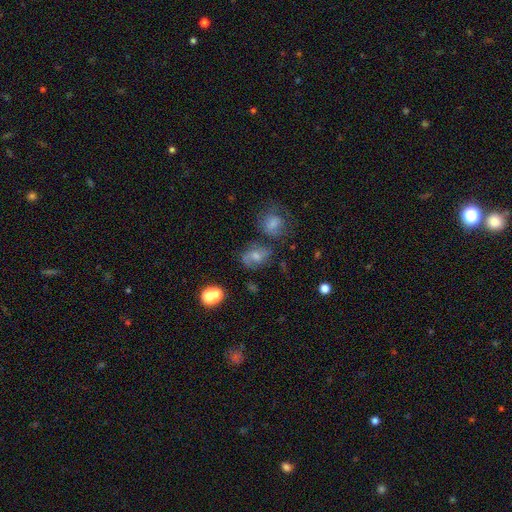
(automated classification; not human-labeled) smooth-or-featured: featured or disk: 42% | smooth: 34% | star or artifact: 24%
  merging: none: 60% | minor disturbance: 17% | merger: 12% | major disturbance: 10%